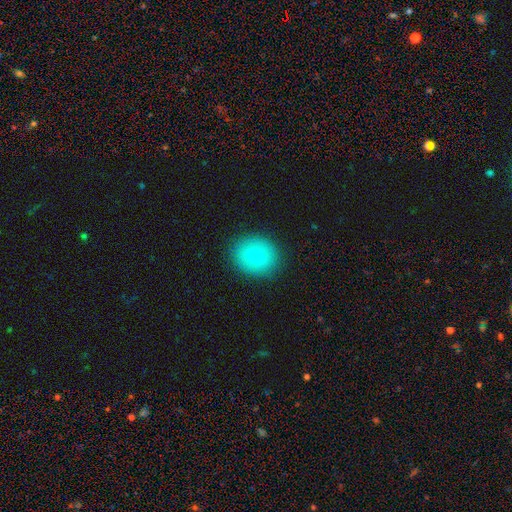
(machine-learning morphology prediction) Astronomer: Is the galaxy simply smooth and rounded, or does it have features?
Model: smooth — 71%.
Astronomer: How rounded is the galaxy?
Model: round — 68%.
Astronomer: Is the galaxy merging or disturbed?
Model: none — 88%.